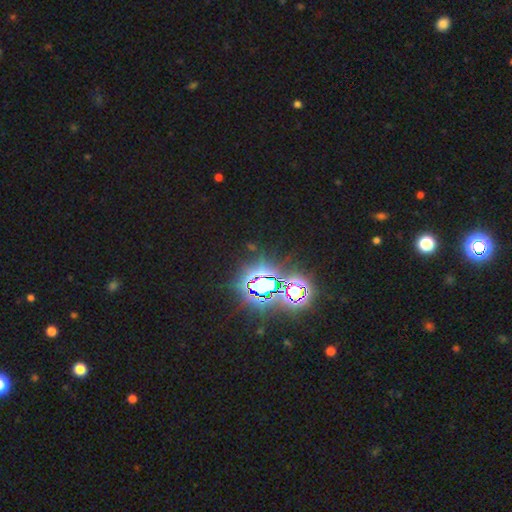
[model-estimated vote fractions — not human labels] Smooth or featured: star or artifact — 80% (smooth — 12%)